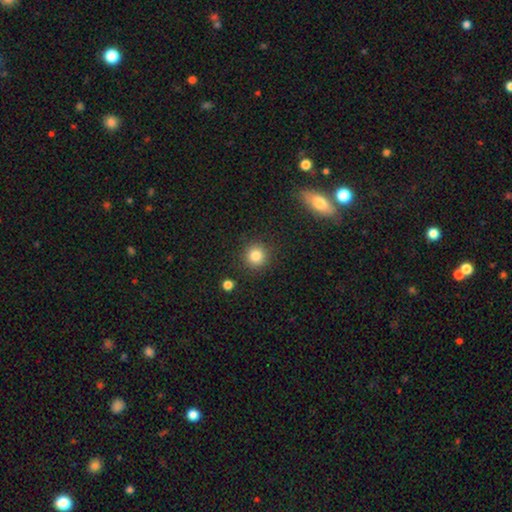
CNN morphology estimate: Smooth or featured? smooth (84%)
How rounded? round (93%)
Merging? none (89%)